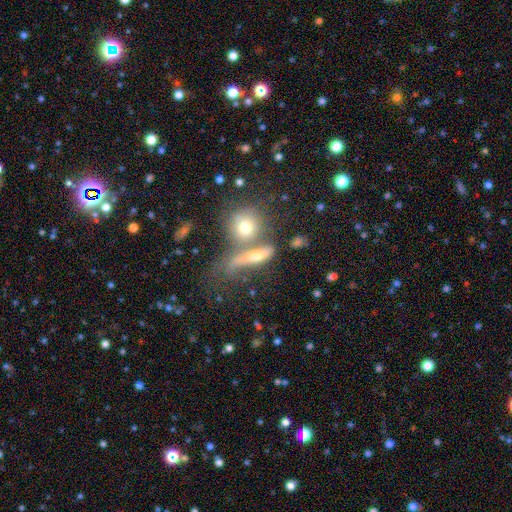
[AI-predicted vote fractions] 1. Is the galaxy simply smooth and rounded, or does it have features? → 47% smooth, 41% featured or disk, 12% star or artifact.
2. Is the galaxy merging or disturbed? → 42% merger, 32% none, 13% minor disturbance, 13% major disturbance.